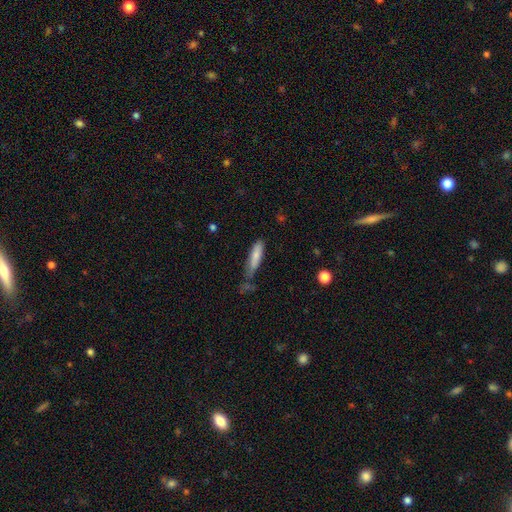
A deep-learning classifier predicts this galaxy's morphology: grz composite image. It shows a smooth galaxy with no disk features (80%) that is cigar-shaped (75%). Merging: none (55%).